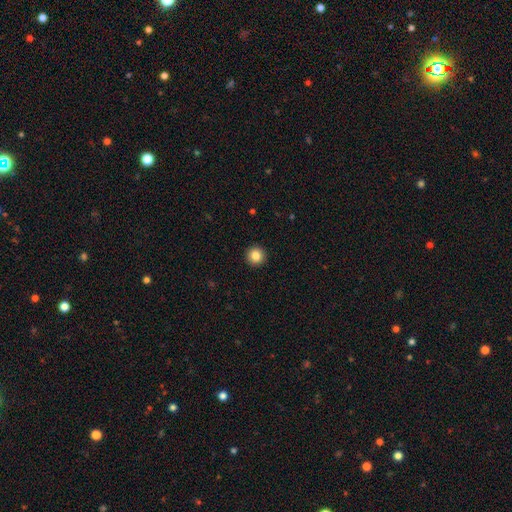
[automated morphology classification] This appears to be a smooth galaxy with no disk features (85%) that is round (96%). Merging: none (94%).